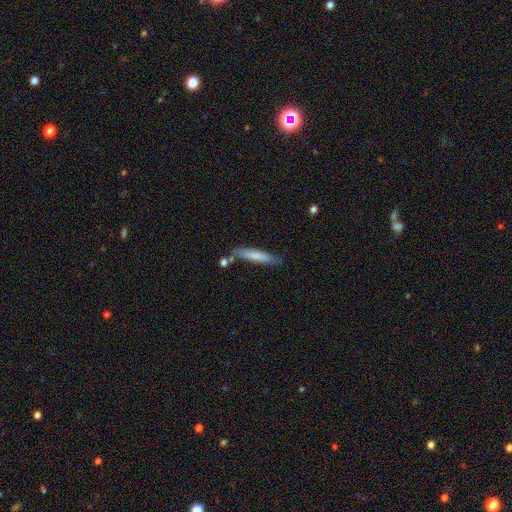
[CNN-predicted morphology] Smooth or featured?
  - smooth: 73% *
  - featured or disk: 21%
  - star or artifact: 6%
How rounded?
  - cigar-shaped: 88% *
  - in between: 11%
  - round: 1%
Merging?
  - none: 73% *
  - minor disturbance: 17%
  - merger: 7%
  - major disturbance: 4%